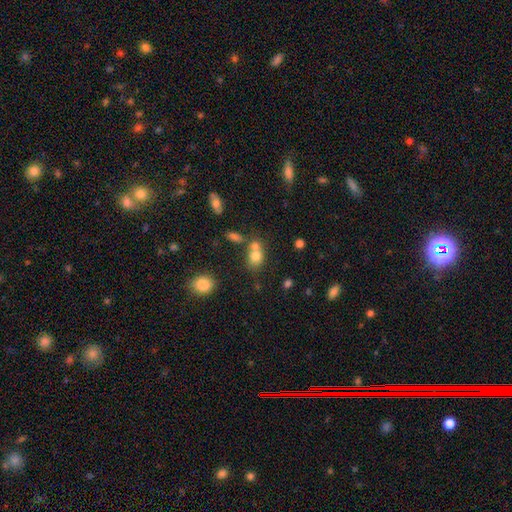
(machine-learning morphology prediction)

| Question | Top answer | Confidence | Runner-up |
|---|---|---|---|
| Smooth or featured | smooth | 75% | featured or disk (13%) |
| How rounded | round | 50% | in between (48%) |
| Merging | merger | 49% | none (37%) |